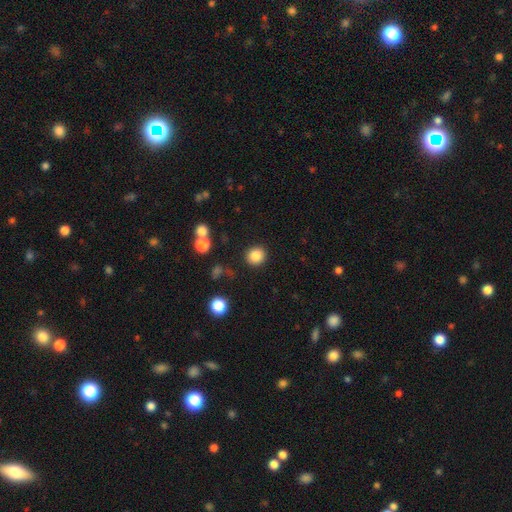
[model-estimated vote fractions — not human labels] This is clearly a smooth galaxy (85%). How rounded: clearly round (90%). Merging: clearly none (89%).